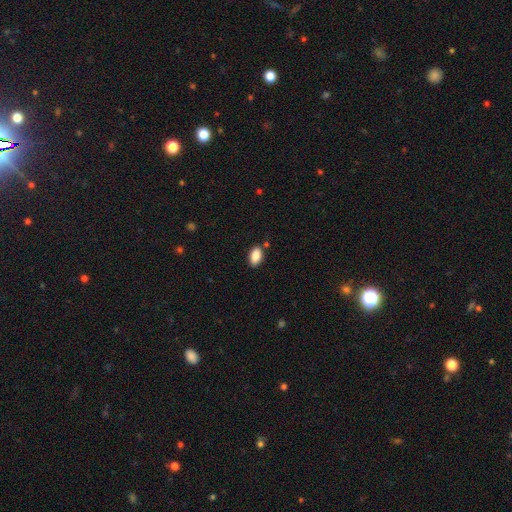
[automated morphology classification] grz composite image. It shows a smooth galaxy with no disk features (88%) that is in between round and cigar-shaped (93%). Merging: none (83%).